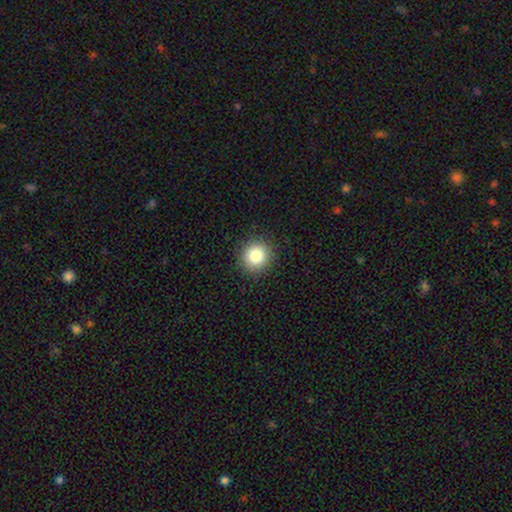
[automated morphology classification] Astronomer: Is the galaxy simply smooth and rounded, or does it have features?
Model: smooth — 84%.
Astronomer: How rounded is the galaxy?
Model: round — 91%.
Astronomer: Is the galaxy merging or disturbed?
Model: none — 91%.